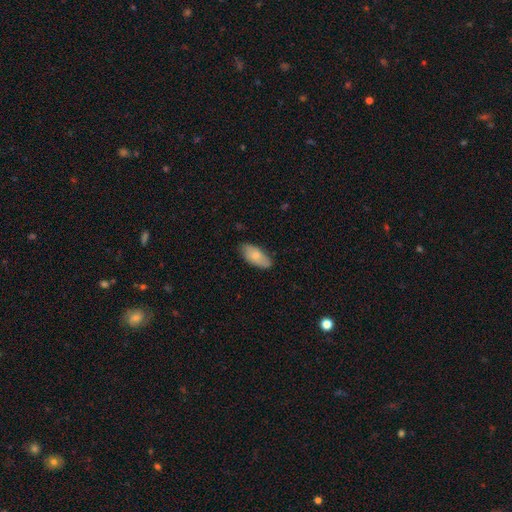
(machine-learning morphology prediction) Smooth or featured? Predicted: smooth (p=0.78). How rounded? Predicted: in between (p=0.90). Merging? Predicted: none (p=0.78).